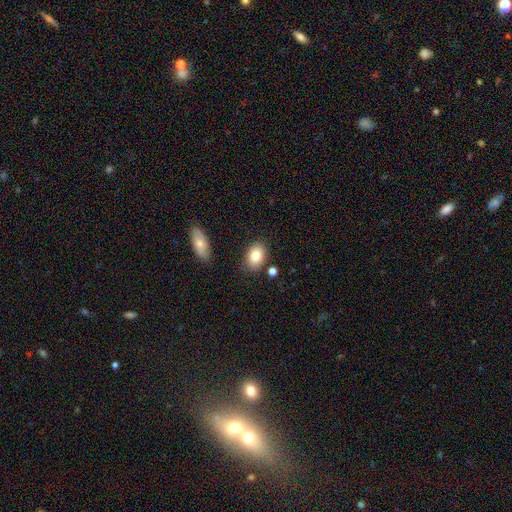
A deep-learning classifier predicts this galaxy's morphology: Smooth or featured?
  - smooth: 82% *
  - featured or disk: 10%
  - star or artifact: 8%
How rounded?
  - in between: 79% *
  - round: 20%
  - cigar-shaped: 1%
Merging?
  - none: 80% *
  - minor disturbance: 12%
  - merger: 5%
  - major disturbance: 3%